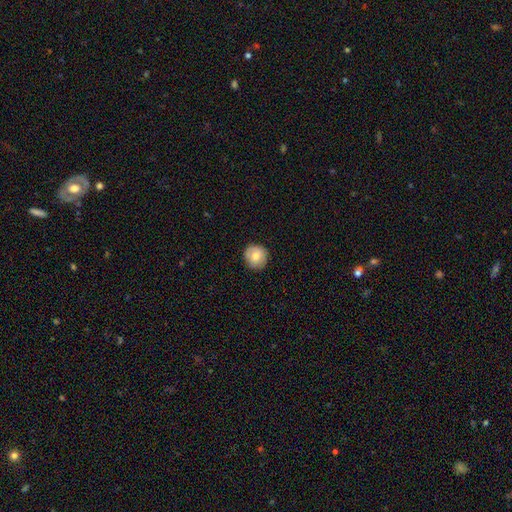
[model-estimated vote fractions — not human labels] Smooth or featured?
  - smooth: 76% *
  - featured or disk: 16%
  - star or artifact: 8%
How rounded?
  - round: 92% *
  - in between: 7%
  - cigar-shaped: 1%
Merging?
  - none: 86% *
  - minor disturbance: 11%
  - major disturbance: 2%
  - merger: 1%